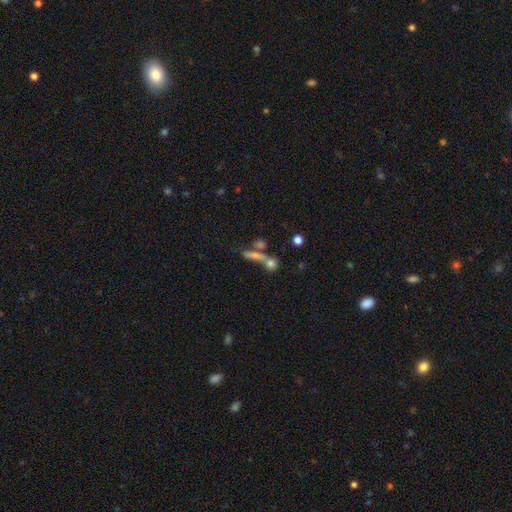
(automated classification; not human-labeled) Overall: smooth (52%; featured or disk 28%). How rounded: cigar-shaped (54%; in between 27%). Merging: none (43%; merger 39%).